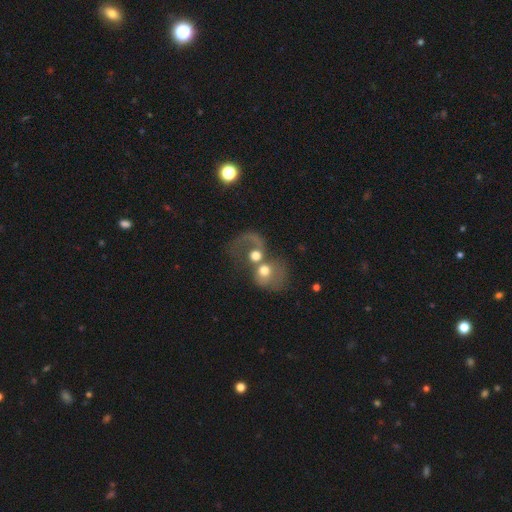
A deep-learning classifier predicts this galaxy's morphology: smooth 48%, featured or disk 41%, star or artifact 11%. Down the decision tree: merging — merger (68%).